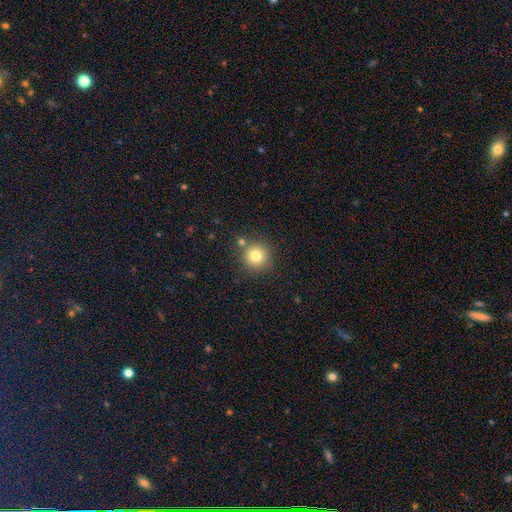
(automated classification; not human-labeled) smooth-or-featured: smooth: 80% | star or artifact: 12% | featured or disk: 8%
  how-rounded: round: 94% | in between: 5% | cigar-shaped: 1%
  merging: none: 80% | merger: 9% | minor disturbance: 8% | major disturbance: 3%